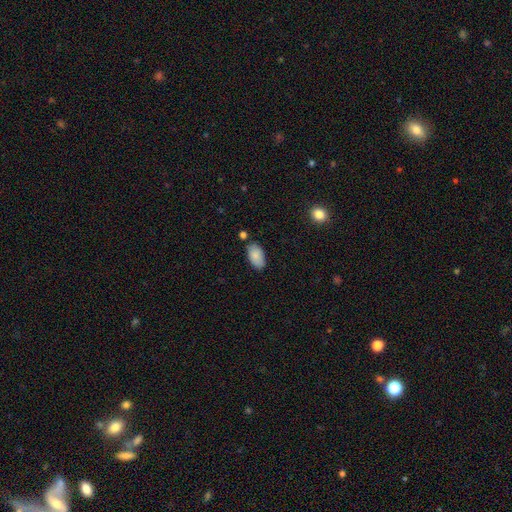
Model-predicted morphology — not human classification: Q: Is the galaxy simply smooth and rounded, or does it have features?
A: smooth — 86%.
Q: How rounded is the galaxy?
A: in between — 95%.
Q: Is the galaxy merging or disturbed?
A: none — 75%.